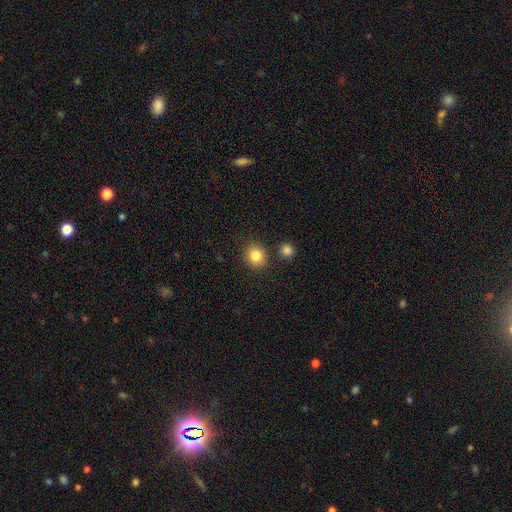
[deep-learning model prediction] Smooth or featured: smooth — 84% (star or artifact — 10%)
How rounded: round — 73% (in between — 26%)
Merging: none — 82% (minor disturbance — 9%)